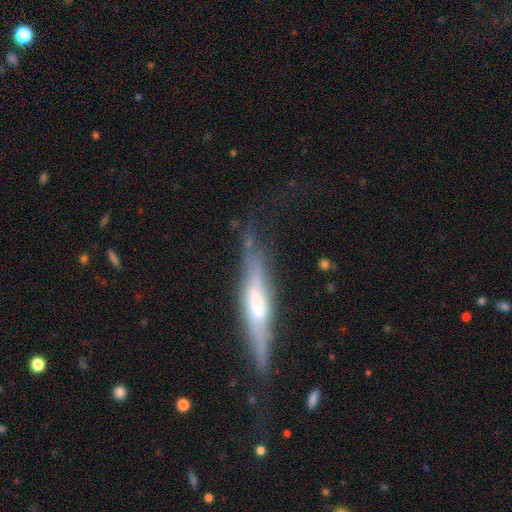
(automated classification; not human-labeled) smooth-or-featured: featured or disk: 69% | smooth: 25% | star or artifact: 7%
  disk-edge-on: yes: 89% | no: 11%
    edge-on-bulge: rounded: 58% | boxy: 22% | none: 20%
  merging: none: 62% | minor disturbance: 24% | major disturbance: 12% | merger: 2%